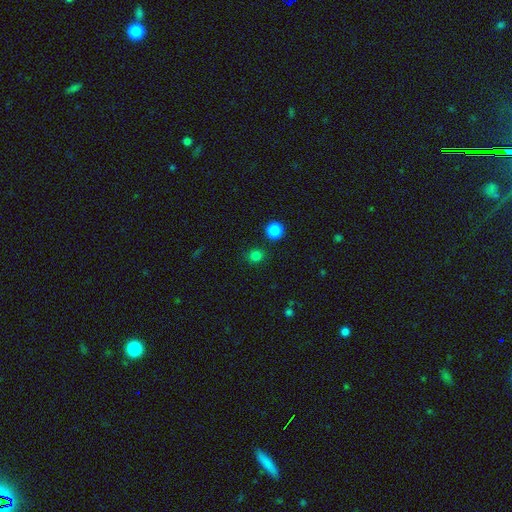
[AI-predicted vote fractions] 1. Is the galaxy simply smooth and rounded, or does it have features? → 80% smooth, 16% star or artifact, 4% featured or disk.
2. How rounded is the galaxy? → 87% round, 12% in between, 1% cigar-shaped.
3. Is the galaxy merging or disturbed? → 85% none, 7% minor disturbance, 5% merger, 3% major disturbance.